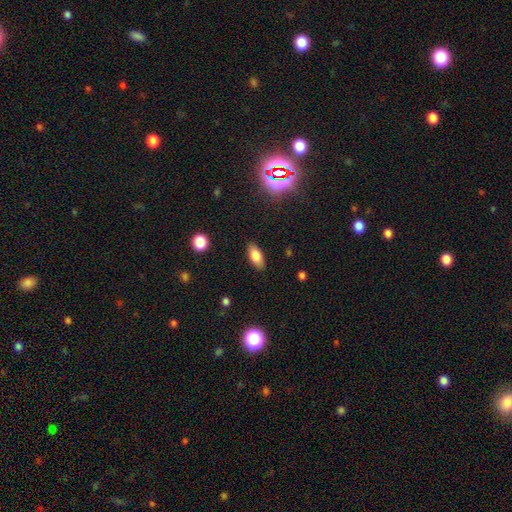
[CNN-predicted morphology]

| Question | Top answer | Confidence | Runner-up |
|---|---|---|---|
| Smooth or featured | smooth | 80% | featured or disk (11%) |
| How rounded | in between | 86% | cigar-shaped (11%) |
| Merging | none | 88% | minor disturbance (9%) |